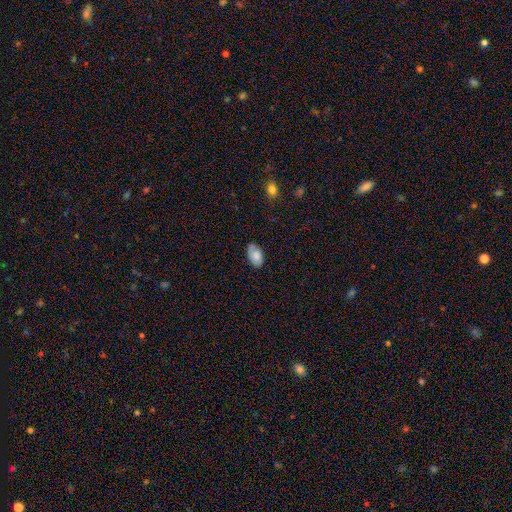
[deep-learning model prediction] smooth_or_featured: smooth (p=0.72) [alt: featured or disk p=0.20]
how_rounded: in between (p=0.93) [alt: round p=0.05]
merging: none (p=0.73) [alt: minor disturbance p=0.21]